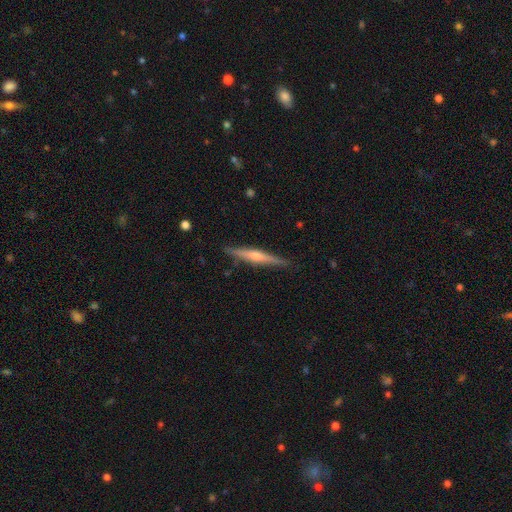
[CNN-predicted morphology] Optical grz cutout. It shows a featured or disk galaxy (68%) viewed edge-on (98%) with a rounded central bulge (74%). Merging: none (89%).